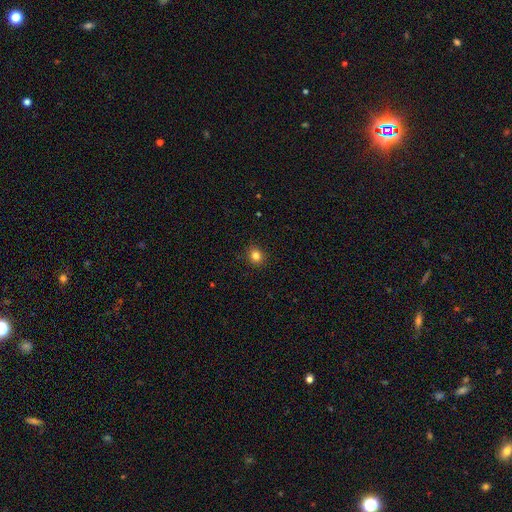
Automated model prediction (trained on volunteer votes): A smooth galaxy with no disk features (82%) that is round (79%).

Vote fractions:
- Smooth or featured? smooth: 82% / star or artifact: 13% / featured or disk: 5%
- How rounded? round: 79% / in between: 20% / cigar-shaped: 1%
- Merging? none: 90% / minor disturbance: 7% / major disturbance: 2% / merger: 1%